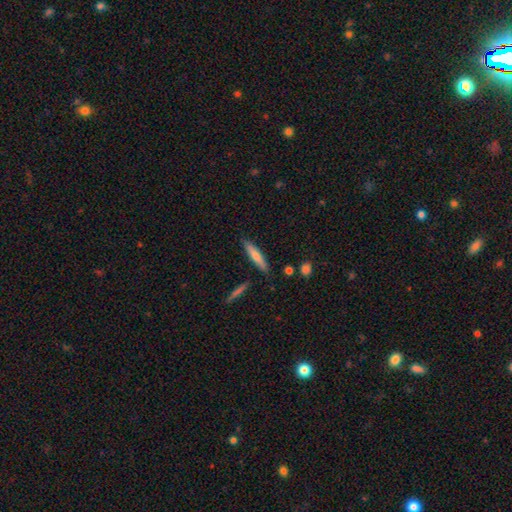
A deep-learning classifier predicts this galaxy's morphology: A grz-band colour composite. It shows a smooth galaxy with no disk features (72%) that is cigar-shaped (85%). Merging: none (85%).